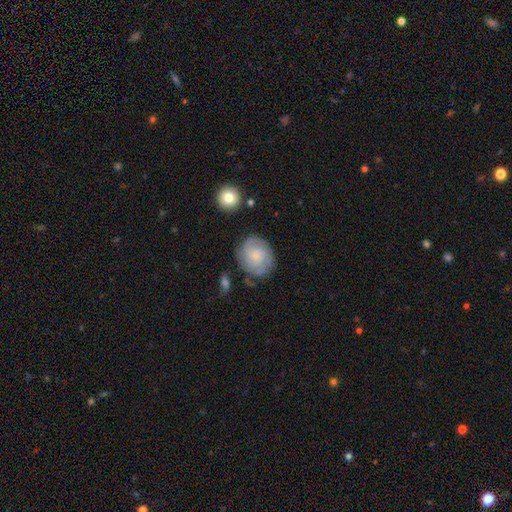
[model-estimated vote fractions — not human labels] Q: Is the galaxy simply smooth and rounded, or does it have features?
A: featured or disk — 56%.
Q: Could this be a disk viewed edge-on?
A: no — 98%.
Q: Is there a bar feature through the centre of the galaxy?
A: no — 71%.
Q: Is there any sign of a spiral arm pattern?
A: yes — 88%.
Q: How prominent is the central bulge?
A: small — 54%.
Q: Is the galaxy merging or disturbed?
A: none — 75%.